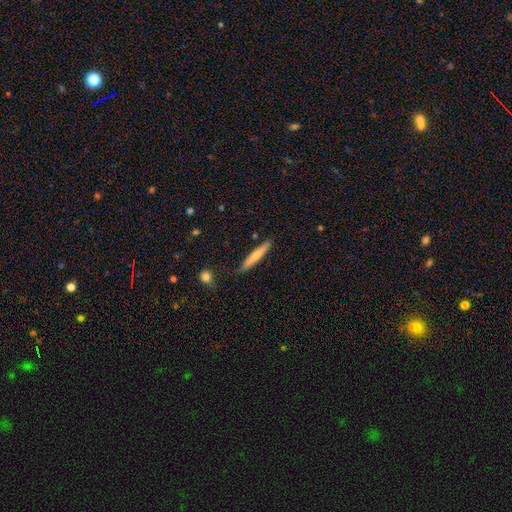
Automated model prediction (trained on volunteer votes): This is likely a smooth galaxy (62%). How rounded: clearly cigar-shaped (93%). Merging: clearly none (83%).